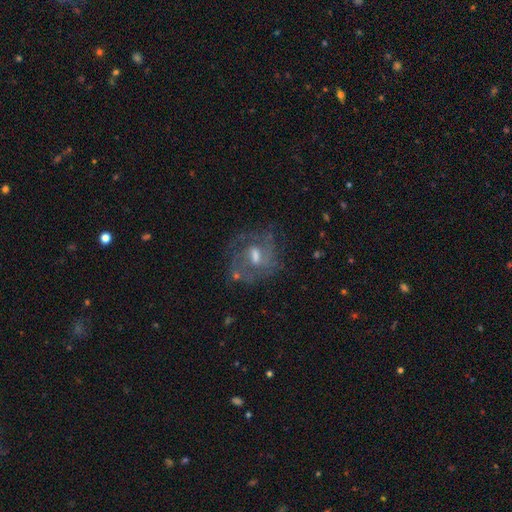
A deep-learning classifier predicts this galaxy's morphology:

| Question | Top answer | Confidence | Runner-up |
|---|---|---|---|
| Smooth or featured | featured or disk | 76% | smooth (15%) |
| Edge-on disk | no | 96% | yes (4%) |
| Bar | weak | 56% | no (29%) |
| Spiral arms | yes | 84% | no (16%) |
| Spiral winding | medium | 45% | tight (38%) |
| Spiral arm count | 2 | 36% | can't tell (32%) |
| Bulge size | moderate | 59% | small (24%) |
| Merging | none | 60% | minor disturbance (19%) |